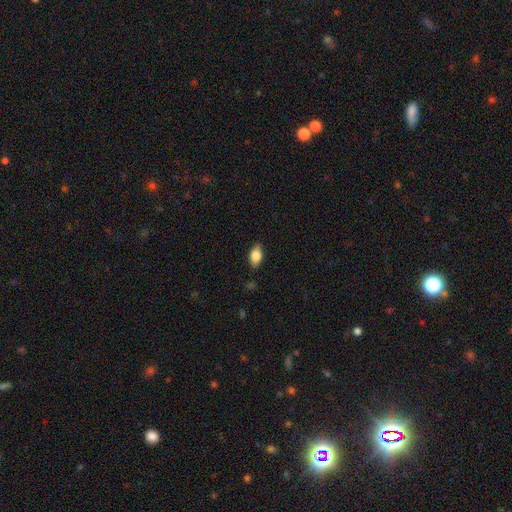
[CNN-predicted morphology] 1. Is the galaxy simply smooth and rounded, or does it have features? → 83% smooth, 10% featured or disk, 7% star or artifact.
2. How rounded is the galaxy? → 89% in between, 7% round, 4% cigar-shaped.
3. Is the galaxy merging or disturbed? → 85% none, 12% minor disturbance, 3% major disturbance, 1% merger.